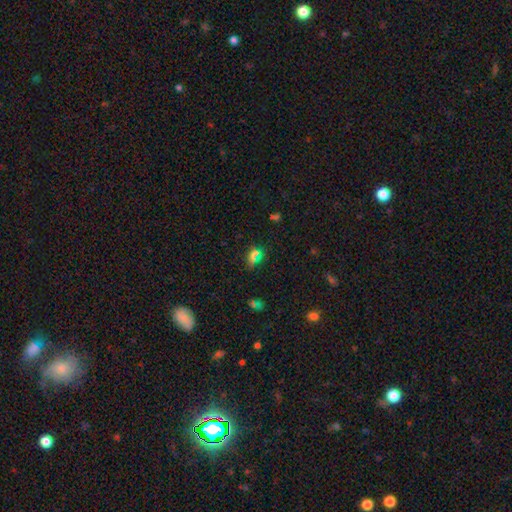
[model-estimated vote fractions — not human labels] smooth-or-featured: smooth: 55% | star or artifact: 37% | featured or disk: 8%
  how-rounded: in between: 48% | round: 44% | cigar-shaped: 8%
  merging: none: 77% | minor disturbance: 12% | major disturbance: 6% | merger: 4%